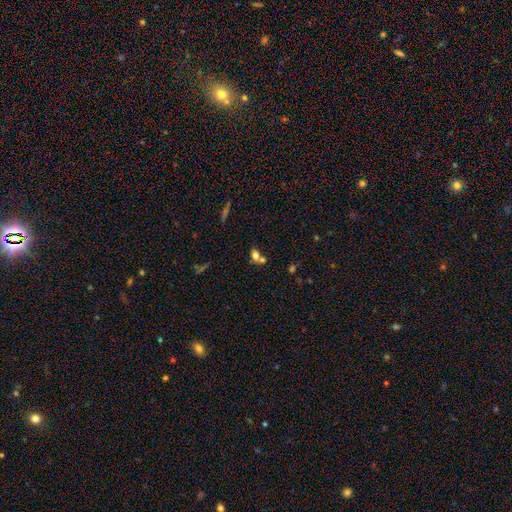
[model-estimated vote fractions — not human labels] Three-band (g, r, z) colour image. It shows a smooth galaxy with no disk features (70%) that is in between round and cigar-shaped (62%). Merging: merger (50%).